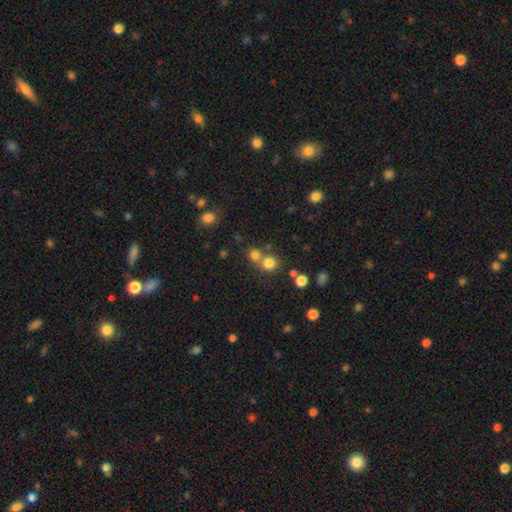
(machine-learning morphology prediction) Smooth or featured?
  - smooth: 74% *
  - star or artifact: 18%
  - featured or disk: 8%
How rounded?
  - round: 87% *
  - in between: 12%
  - cigar-shaped: 1%
Merging?
  - none: 53% *
  - merger: 38%
  - minor disturbance: 6%
  - major disturbance: 3%